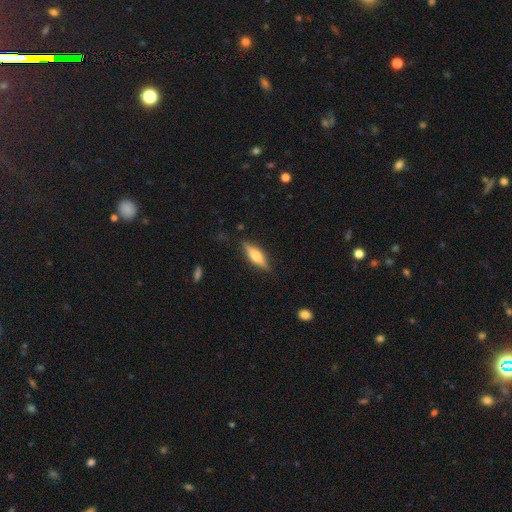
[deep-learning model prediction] This is possibly a featured or disk galaxy (48%). Merging: clearly none (84%).